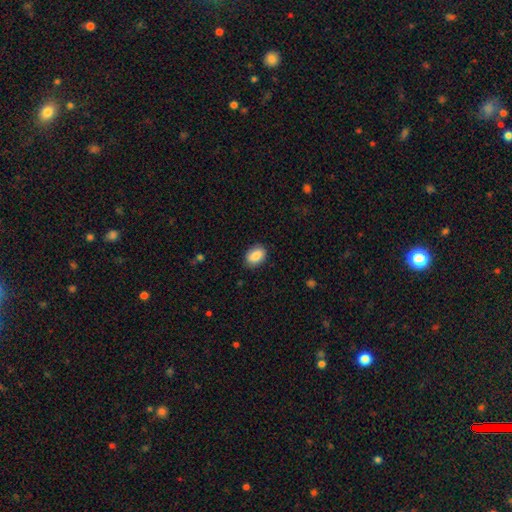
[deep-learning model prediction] This is clearly a smooth galaxy (86%). How rounded: clearly in between (82%). Merging: clearly none (86%).